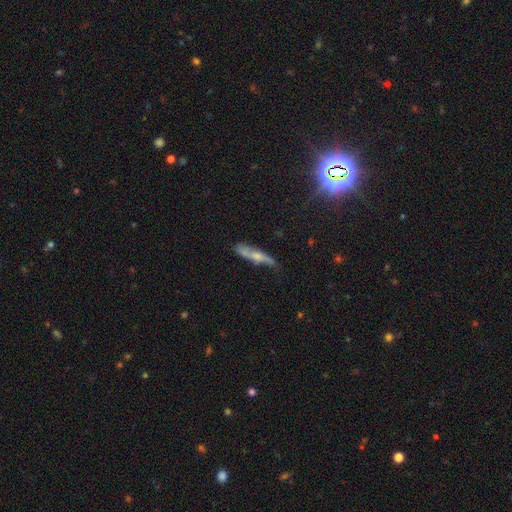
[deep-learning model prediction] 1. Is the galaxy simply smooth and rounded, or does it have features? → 53% featured or disk, 38% smooth, 9% star or artifact.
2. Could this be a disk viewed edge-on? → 59% yes, 41% no.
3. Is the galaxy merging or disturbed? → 53% none, 28% minor disturbance, 12% major disturbance, 7% merger.